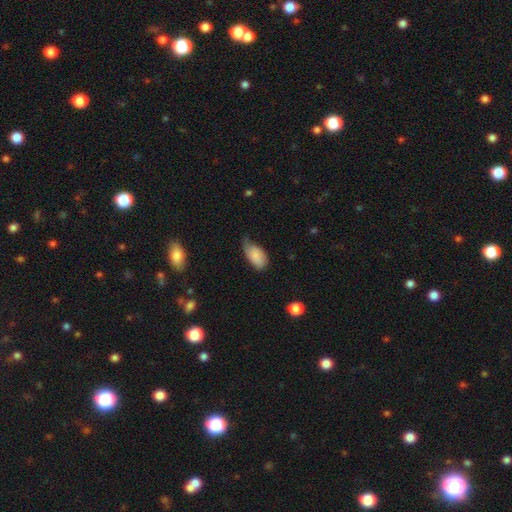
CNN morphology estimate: This appears to be a smooth galaxy with no disk features (82%) that is in between round and cigar-shaped (94%). Merging: minor disturbance (47%).